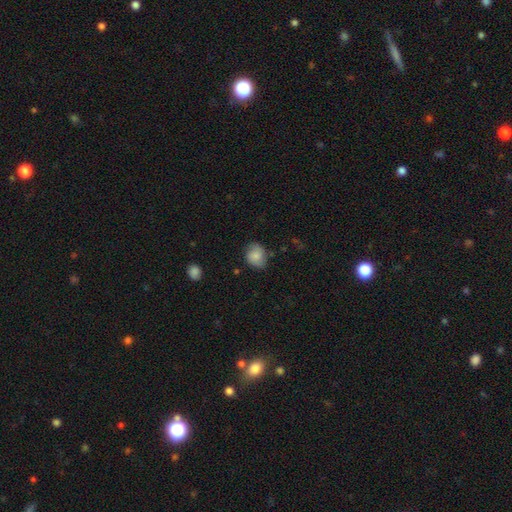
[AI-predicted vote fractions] smooth-or-featured: smooth: 70% | featured or disk: 22% | star or artifact: 8%
  how-rounded: round: 53% | in between: 46% | cigar-shaped: 1%
  merging: none: 65% | minor disturbance: 26% | major disturbance: 7% | merger: 2%